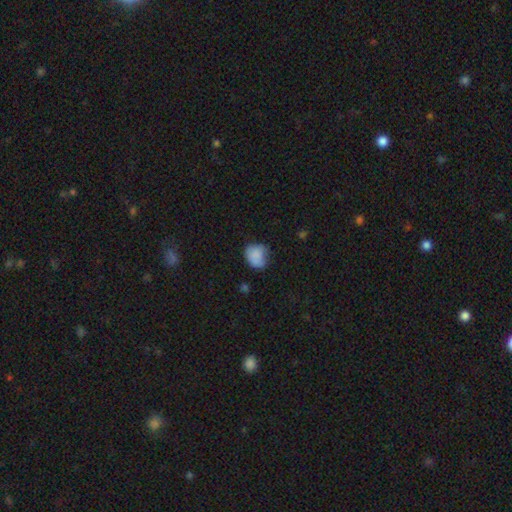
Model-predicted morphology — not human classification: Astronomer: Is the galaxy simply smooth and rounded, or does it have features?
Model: smooth — 81%.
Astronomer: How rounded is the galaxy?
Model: round — 57% (runner-up: in between, 42%).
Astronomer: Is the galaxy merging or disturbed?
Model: none — 50% (runner-up: minor disturbance, 36%).